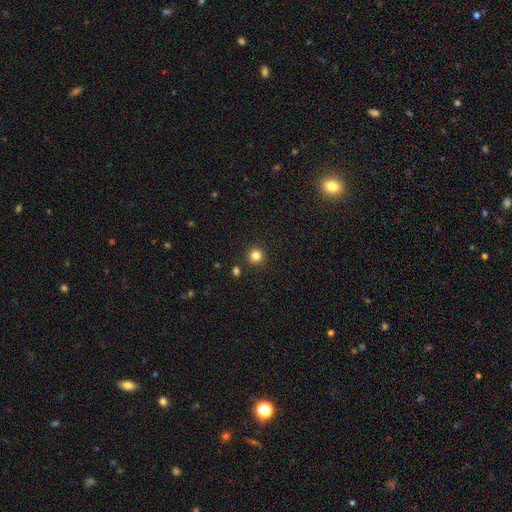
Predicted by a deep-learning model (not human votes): Smooth or featured? smooth (83%)
How rounded? round (95%)
Merging? none (91%)